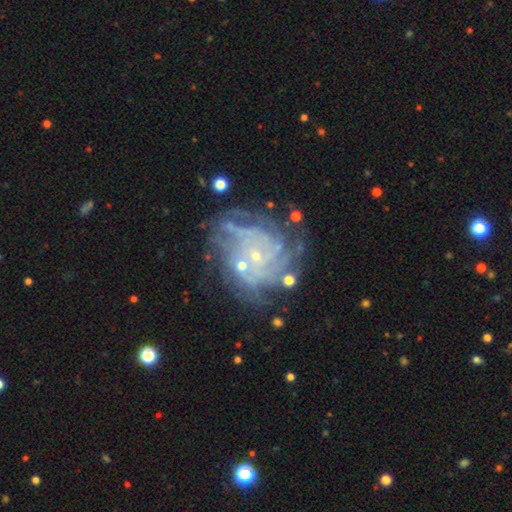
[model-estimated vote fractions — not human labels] featured or disk 85%, star or artifact 8%, smooth 7%. Down the decision tree: edge-on disk — no (98%); bar — no (78%); spiral arms — yes (94%); spiral arm count — can't tell (29%); spiral winding — tight (71%); bulge size — small (84%); merging — none (62%).